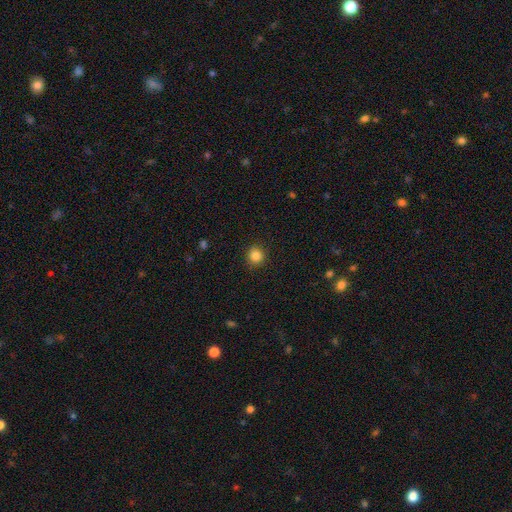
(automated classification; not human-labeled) Overall: smooth (84%). How rounded: round (89%). Merging: none (90%).